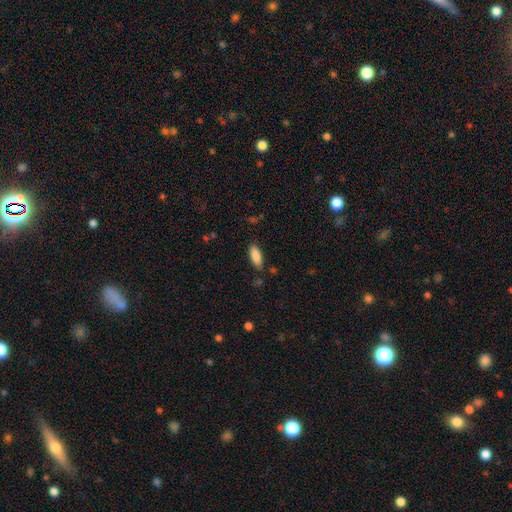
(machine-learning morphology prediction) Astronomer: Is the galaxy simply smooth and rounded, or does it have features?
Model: smooth — 88%.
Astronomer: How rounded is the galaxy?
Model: in between — 76%.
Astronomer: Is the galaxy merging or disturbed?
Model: none — 82%.